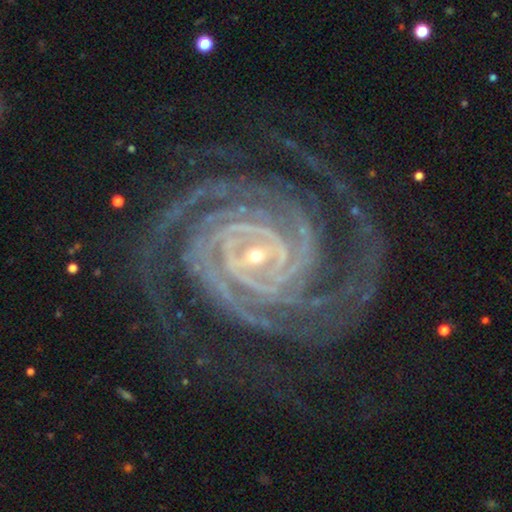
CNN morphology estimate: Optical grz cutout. It shows a featured or disk galaxy (93%) with a weak bar (34%), 2 (40%) tight (85%) spiral arms (99%) and a small central bulge (80%). Merging: none (75%).